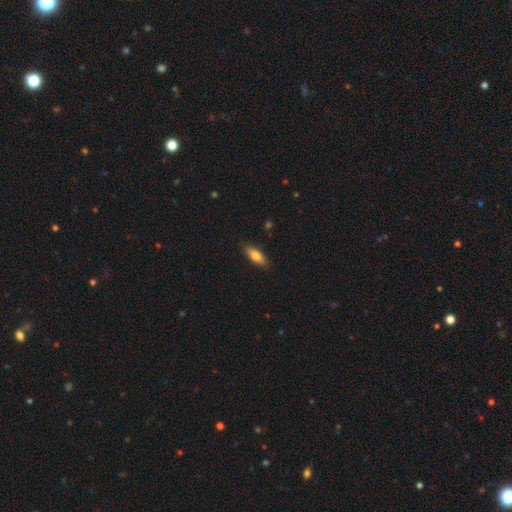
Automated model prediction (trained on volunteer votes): Smooth or featured? Predicted: smooth (p=0.77). How rounded? Predicted: in between (p=0.61). Merging? Predicted: none (p=0.86).